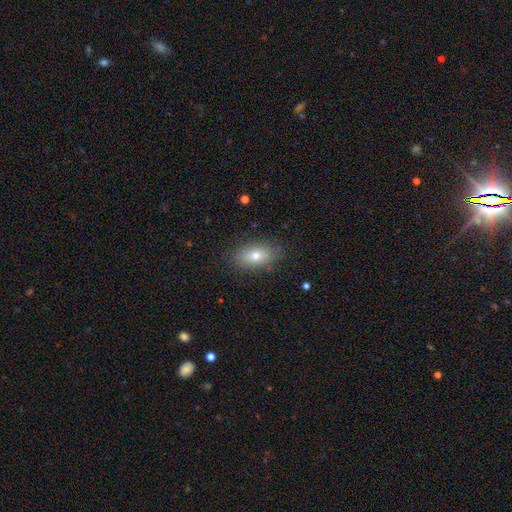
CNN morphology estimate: A smooth galaxy with no disk features (75%) that is in between round and cigar-shaped (87%).

Vote fractions:
- Smooth or featured? smooth: 75% / featured or disk: 15% / star or artifact: 10%
- How rounded? in between: 87% / round: 9% / cigar-shaped: 4%
- Merging? none: 84% / minor disturbance: 12% / major disturbance: 3% / merger: 1%